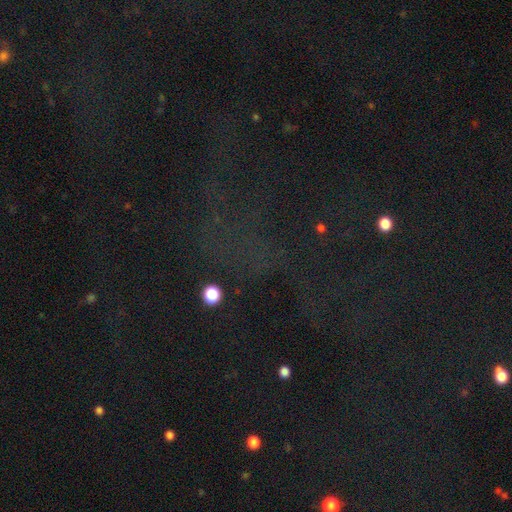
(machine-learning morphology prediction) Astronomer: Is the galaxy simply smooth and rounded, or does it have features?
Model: star or artifact — 73%.